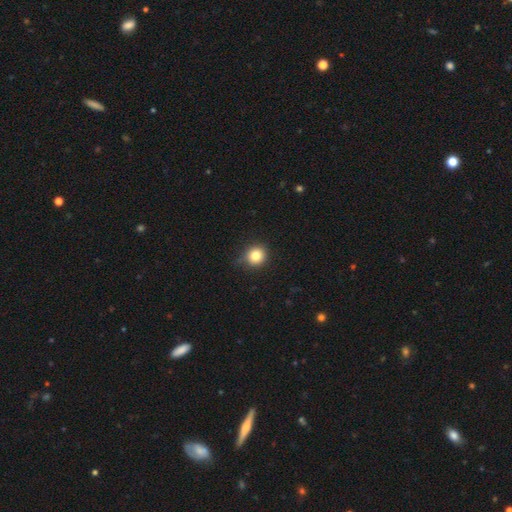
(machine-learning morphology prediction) Smooth or featured? smooth (82%)
How rounded? round (90%)
Merging? none (82%)